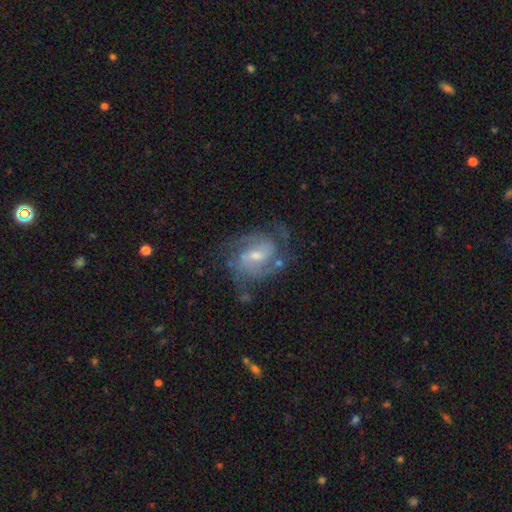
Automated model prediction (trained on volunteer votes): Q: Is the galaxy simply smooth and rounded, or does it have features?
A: featured or disk — 84%.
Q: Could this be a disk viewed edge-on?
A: no — 97%.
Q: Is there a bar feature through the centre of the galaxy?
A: weak — 54%.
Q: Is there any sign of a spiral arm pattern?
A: yes — 94%.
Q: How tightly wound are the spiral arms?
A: medium — 48%.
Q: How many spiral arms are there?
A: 2 — 57%.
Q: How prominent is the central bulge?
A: small — 49%.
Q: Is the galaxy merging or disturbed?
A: none — 65%.